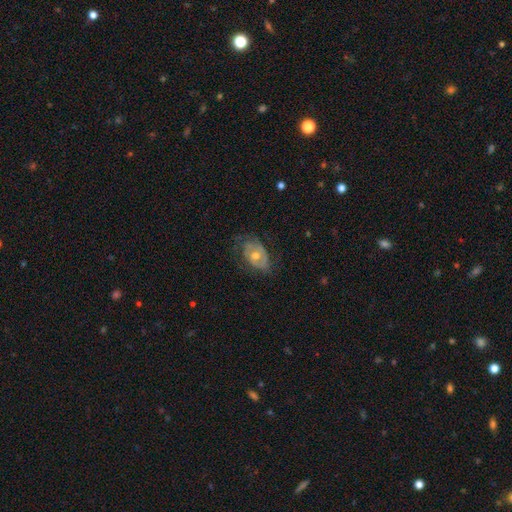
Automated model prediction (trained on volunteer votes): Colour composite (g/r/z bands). It shows a featured or disk galaxy (69%) with no bar (76%), spiral arms (65%) and a moderate central bulge (72%). Merging: none (62%).